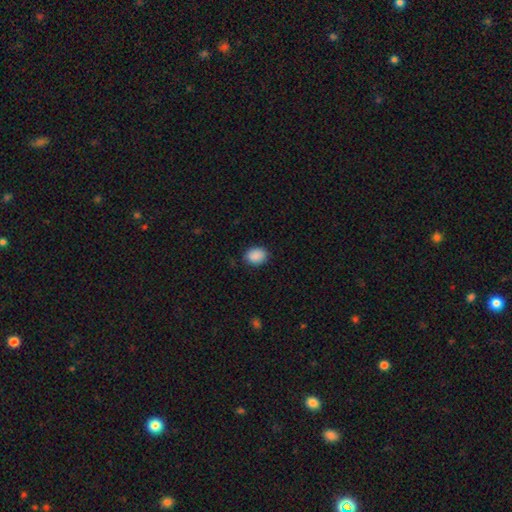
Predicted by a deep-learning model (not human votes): A smooth galaxy with no disk features (89%) that is in between round and cigar-shaped (57%).

Vote fractions:
- Smooth or featured? smooth: 89% / star or artifact: 8% / featured or disk: 3%
- How rounded? in between: 57% / round: 42% / cigar-shaped: 1%
- Merging? none: 84% / minor disturbance: 12% / major disturbance: 3% / merger: 1%